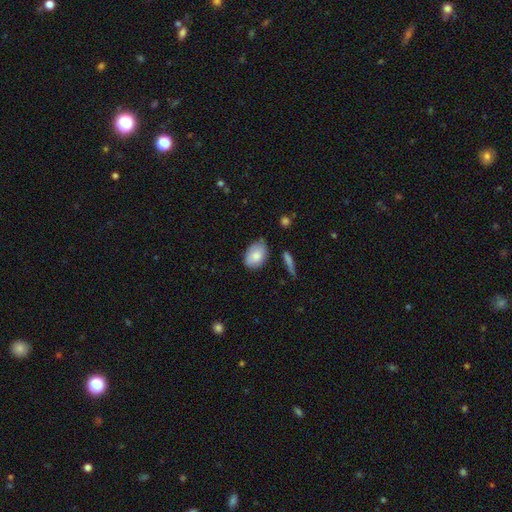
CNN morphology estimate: smooth_or_featured: smooth (p=0.79) [alt: featured or disk p=0.14]
how_rounded: in between (p=0.85) [alt: round p=0.14]
merging: none (p=0.66) [alt: minor disturbance p=0.26]